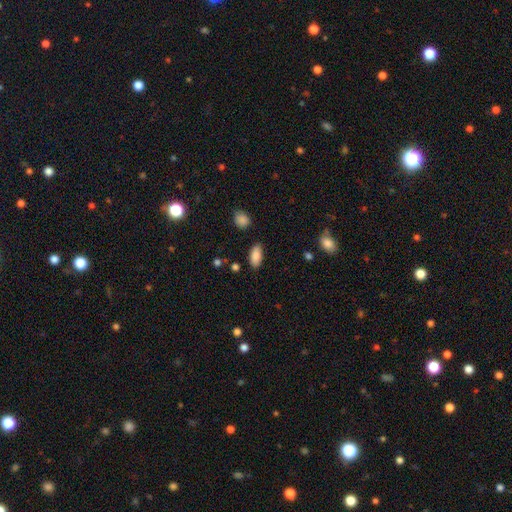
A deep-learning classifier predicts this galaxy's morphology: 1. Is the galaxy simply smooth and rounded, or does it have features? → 87% smooth, 7% star or artifact, 6% featured or disk.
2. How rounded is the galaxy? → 91% in between, 7% cigar-shaped, 3% round.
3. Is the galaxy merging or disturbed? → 82% none, 13% minor disturbance, 3% major disturbance, 2% merger.